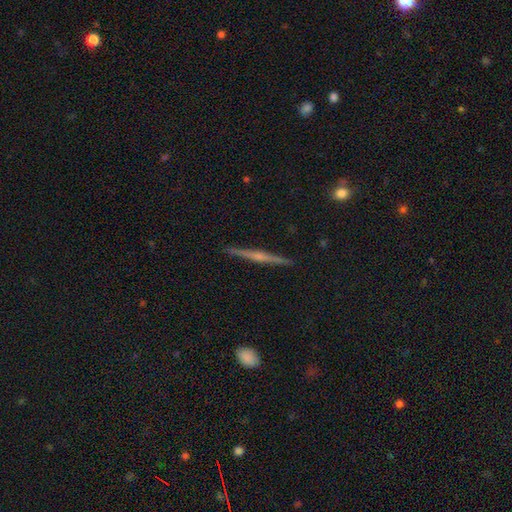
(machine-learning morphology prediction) This appears to be a featured or disk galaxy (78%) viewed edge-on (98%) with a rounded central bulge (71%). Merging: none (92%).